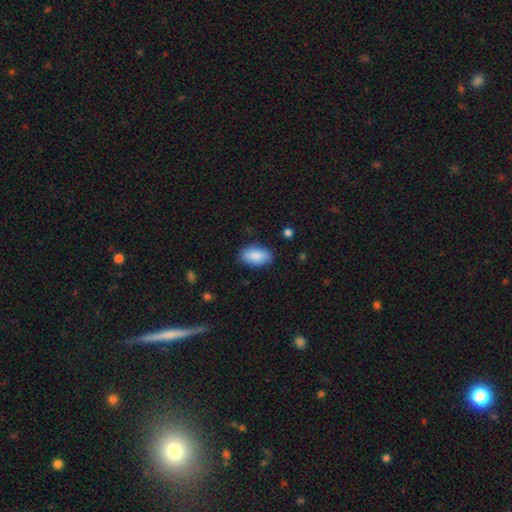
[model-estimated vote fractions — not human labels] This is clearly a smooth galaxy (87%). How rounded: clearly in between (94%). Merging: clearly none (83%).